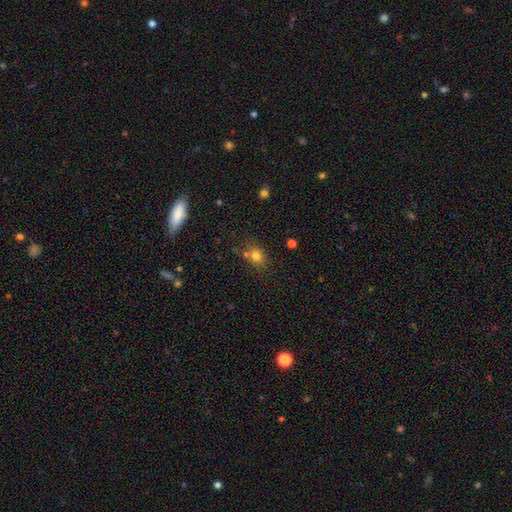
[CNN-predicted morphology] The model was most divided on "how rounded": round: 62%, in between: 36%, cigar-shaped: 1%. More confident: smooth or featured — smooth (76%); merging — none (63%).